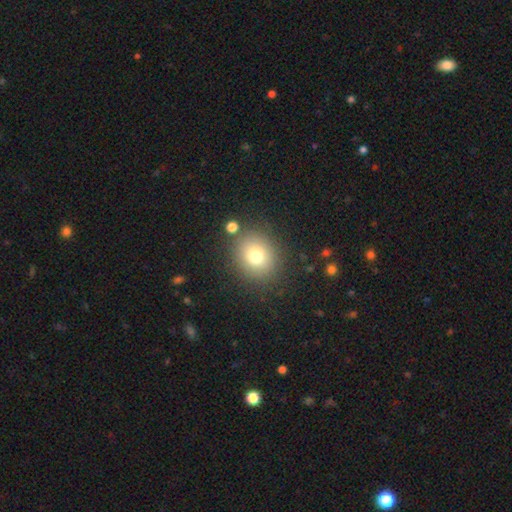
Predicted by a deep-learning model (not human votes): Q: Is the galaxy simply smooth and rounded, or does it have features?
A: smooth — 74%.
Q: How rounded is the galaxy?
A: round — 79%.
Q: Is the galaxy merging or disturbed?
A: none — 83%.